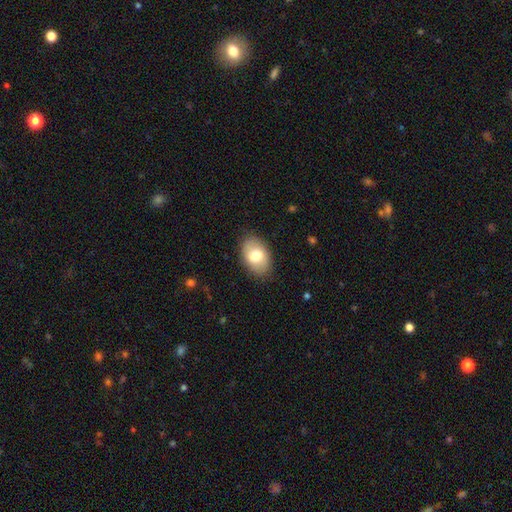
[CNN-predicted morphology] This is likely a smooth galaxy (75%). How rounded: clearly in between (85%). Merging: clearly none (85%).